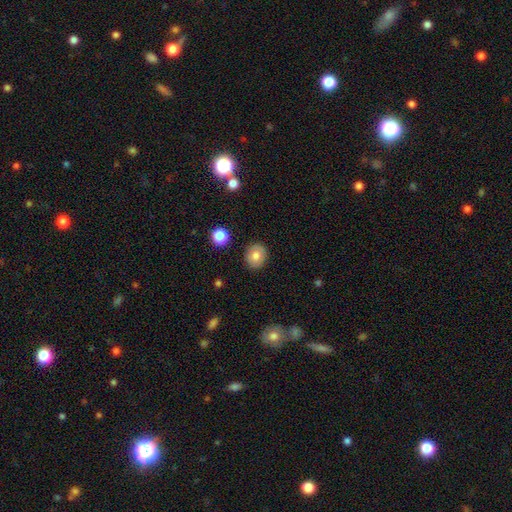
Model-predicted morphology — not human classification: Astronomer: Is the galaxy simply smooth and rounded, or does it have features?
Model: smooth — 77%.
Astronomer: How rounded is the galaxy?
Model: round — 75%.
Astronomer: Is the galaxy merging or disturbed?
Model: none — 89%.